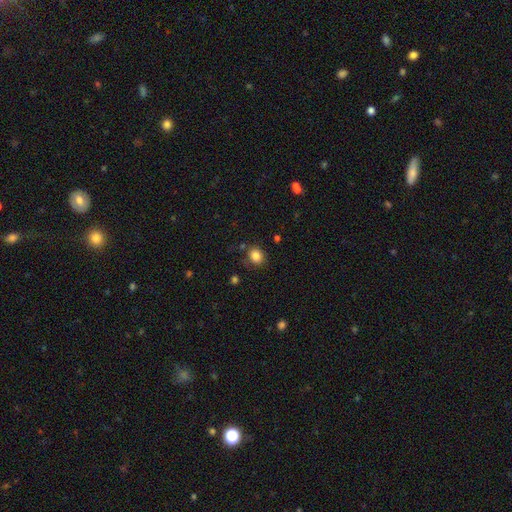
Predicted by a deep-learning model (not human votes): Smooth or featured: smooth — 84% (star or artifact — 11%)
How rounded: round — 68% (in between — 31%)
Merging: none — 77% (minor disturbance — 15%)